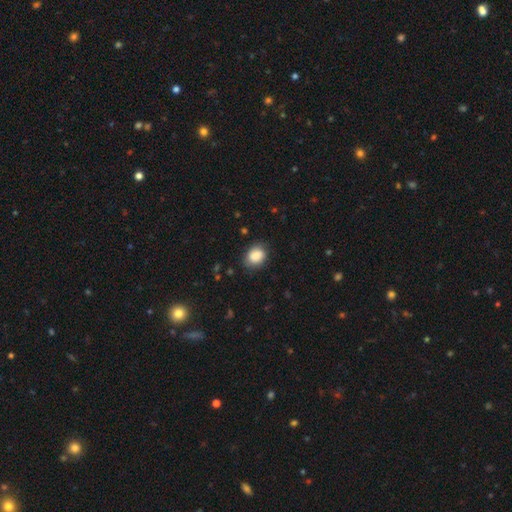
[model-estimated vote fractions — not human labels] smooth-or-featured: smooth: 86% | star or artifact: 7% | featured or disk: 6%
  how-rounded: in between: 60% | round: 39% | cigar-shaped: 1%
  merging: none: 77% | minor disturbance: 18% | major disturbance: 5% | merger: 1%